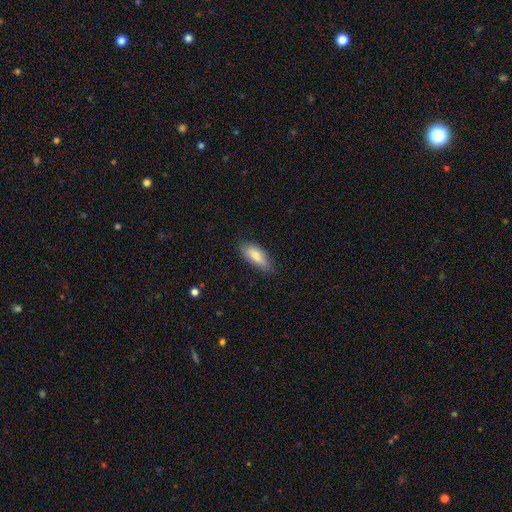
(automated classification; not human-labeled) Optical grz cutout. It shows a smooth galaxy with no disk features (85%) that is in between round and cigar-shaped (76%). Merging: none (79%).